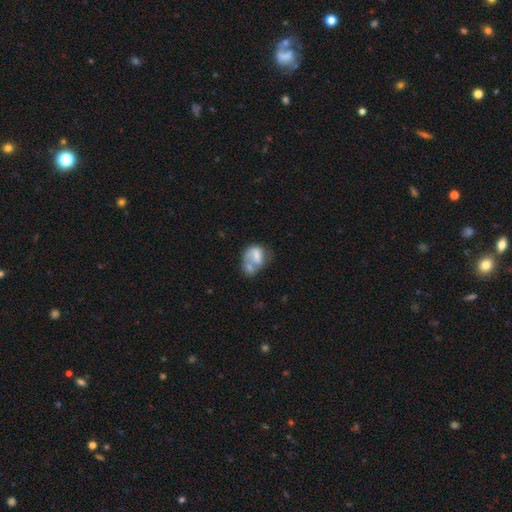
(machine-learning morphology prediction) A smooth galaxy with no disk features (57%) that is in between round and cigar-shaped (69%).

Vote fractions:
- Smooth or featured? smooth: 57% / featured or disk: 35% / star or artifact: 8%
- How rounded? in between: 69% / round: 29% / cigar-shaped: 2%
- Merging? merger: 51% / none: 20% / minor disturbance: 14% / major disturbance: 14%